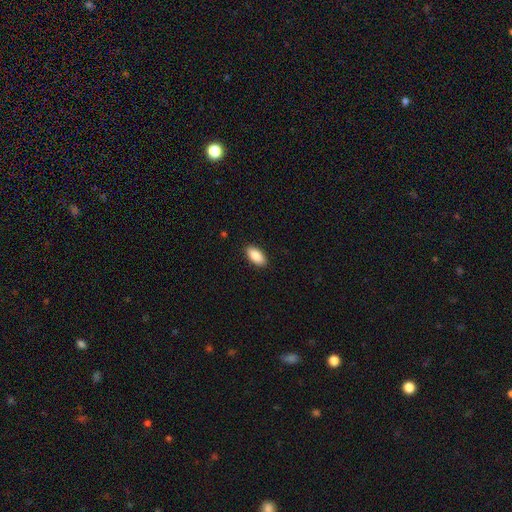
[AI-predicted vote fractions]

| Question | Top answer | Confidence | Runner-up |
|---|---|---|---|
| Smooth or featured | smooth | 88% | star or artifact (6%) |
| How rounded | in between | 92% | cigar-shaped (6%) |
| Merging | none | 90% | minor disturbance (8%) |